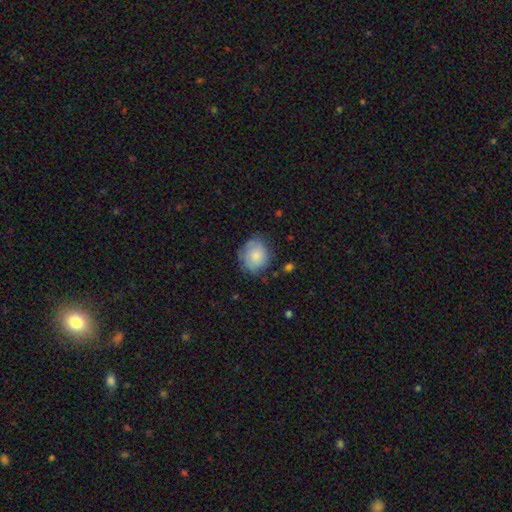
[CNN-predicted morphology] A smooth galaxy with no disk features (69%) that is round (76%). Merging: none (68%).